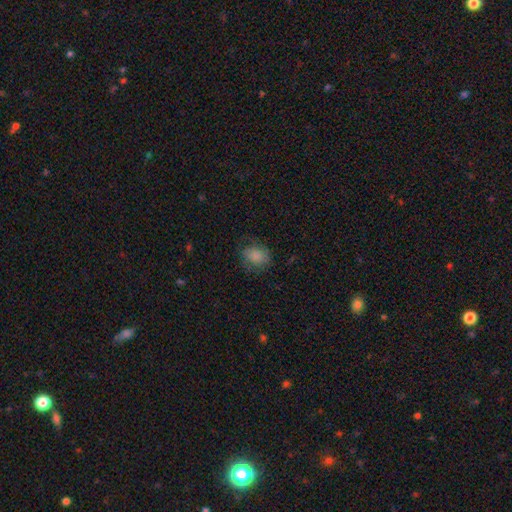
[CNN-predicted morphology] smooth 78%, featured or disk 13%, star or artifact 9%. Down the decision tree: how rounded — round (55%); merging — none (68%).